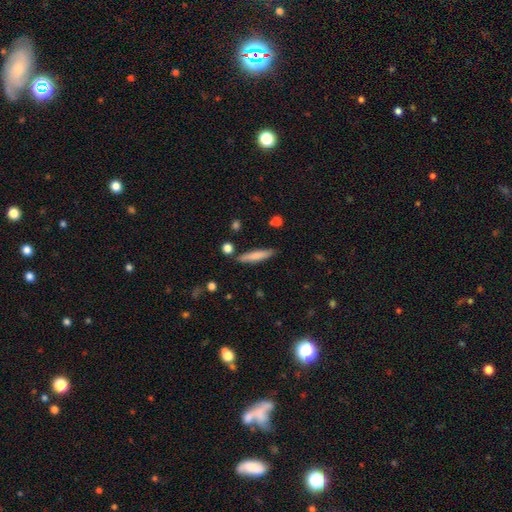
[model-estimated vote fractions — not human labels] A smooth galaxy with no disk features (75%) that is cigar-shaped (86%). Merging: none (84%).